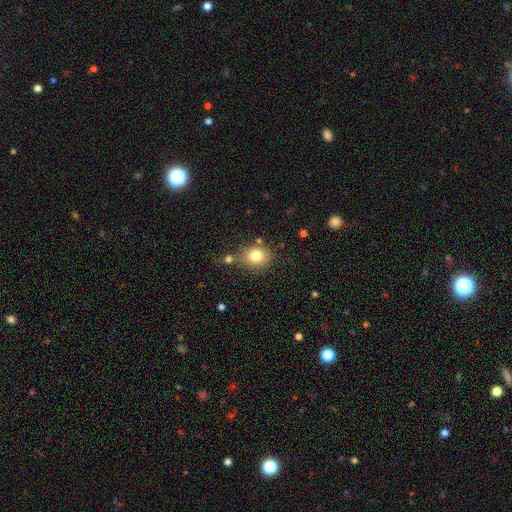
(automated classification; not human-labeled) smooth 80%, star or artifact 11%, featured or disk 9%. Down the decision tree: how rounded — round (63%); merging — none (67%).